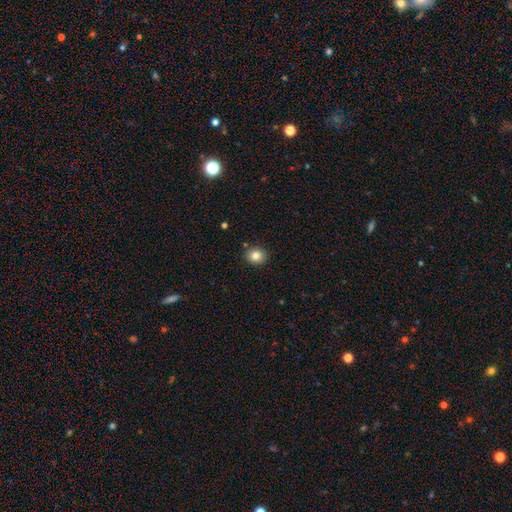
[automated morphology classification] This appears to be a smooth galaxy with no disk features (83%) that is round (76%). Merging: none (89%).